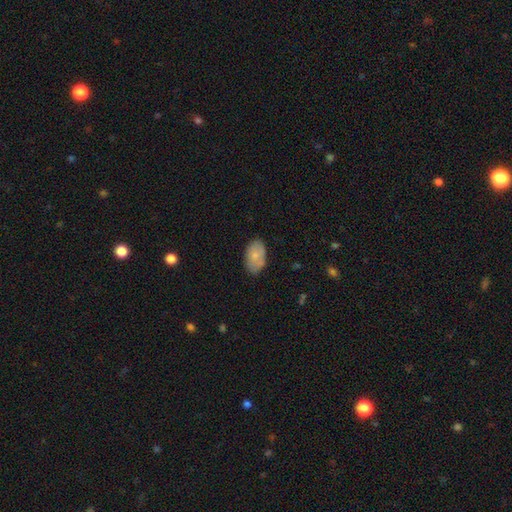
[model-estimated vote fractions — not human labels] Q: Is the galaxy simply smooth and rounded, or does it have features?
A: smooth — 77%.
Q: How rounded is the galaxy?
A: in between — 93%.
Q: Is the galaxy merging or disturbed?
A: none — 77%.